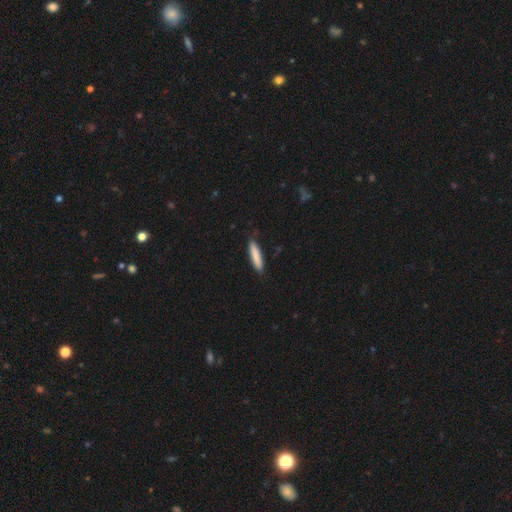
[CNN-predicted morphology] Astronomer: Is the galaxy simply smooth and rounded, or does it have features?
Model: smooth — 84%.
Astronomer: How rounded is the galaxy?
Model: cigar-shaped — 85%.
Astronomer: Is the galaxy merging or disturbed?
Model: none — 85%.